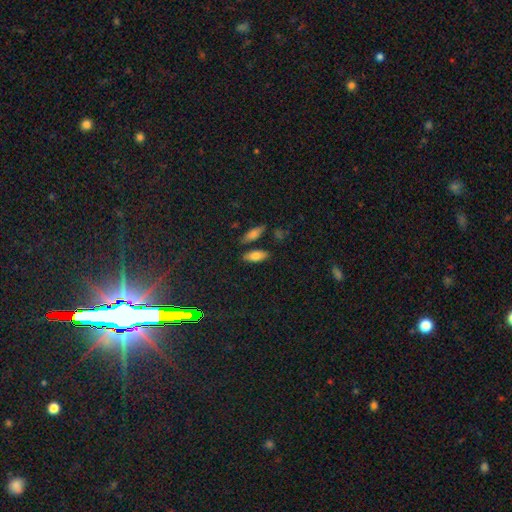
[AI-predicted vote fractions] Smooth or featured? Predicted: smooth (p=0.78). How rounded? Predicted: in between (p=0.82). Merging? Predicted: none (p=0.78).